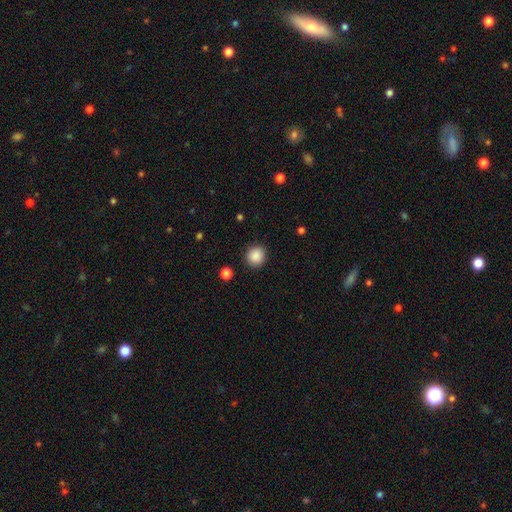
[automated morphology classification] Smooth or featured?
  - smooth: 88% *
  - star or artifact: 9%
  - featured or disk: 3%
How rounded?
  - round: 90% *
  - in between: 9%
  - cigar-shaped: 1%
Merging?
  - none: 90% *
  - minor disturbance: 6%
  - major disturbance: 2%
  - merger: 1%